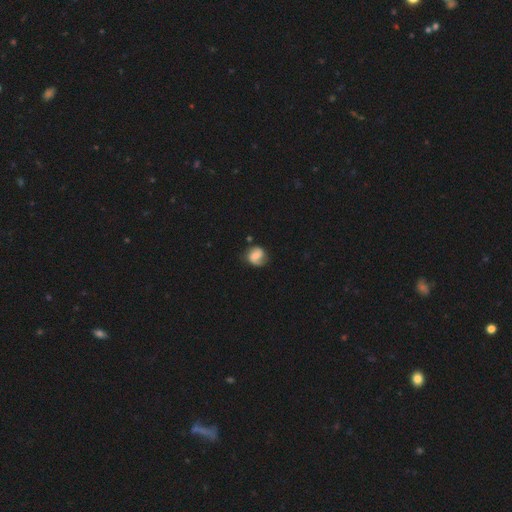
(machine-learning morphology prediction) This appears to be a featured or disk galaxy (53%) with no bar (47%), spiral arms (89%) and a small central bulge (43%). Merging: none (68%).